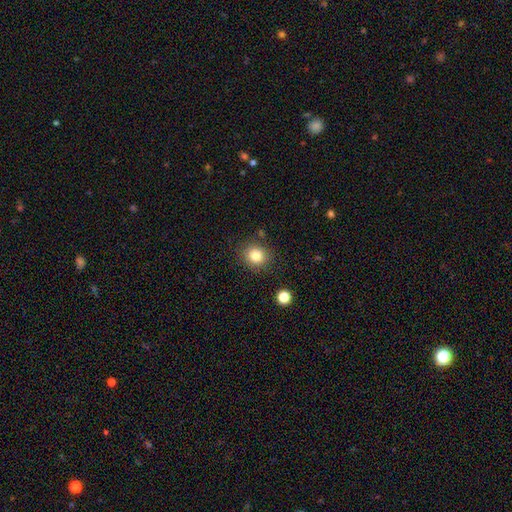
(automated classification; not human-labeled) Smooth or featured? Predicted: smooth (p=0.82). How rounded? Predicted: round (p=0.80). Merging? Predicted: none (p=0.86).